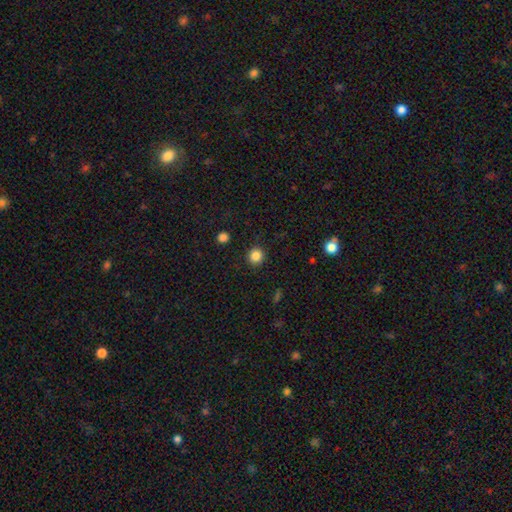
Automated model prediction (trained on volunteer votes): A smooth galaxy with no disk features (85%) that is round (93%).

Vote fractions:
- Smooth or featured? smooth: 85% / star or artifact: 11% / featured or disk: 4%
- How rounded? round: 93% / in between: 7% / cigar-shaped: 1%
- Merging? none: 91% / minor disturbance: 6% / major disturbance: 2% / merger: 1%